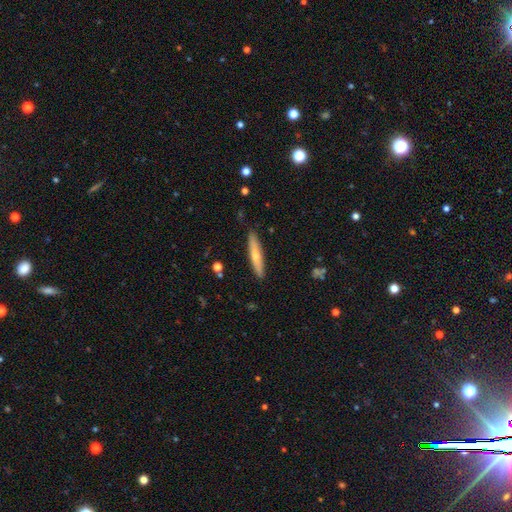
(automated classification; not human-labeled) The model was most divided on "smooth or featured": smooth: 58%, featured or disk: 36%, star or artifact: 6%. More confident: how rounded — cigar-shaped (89%); merging — none (88%).